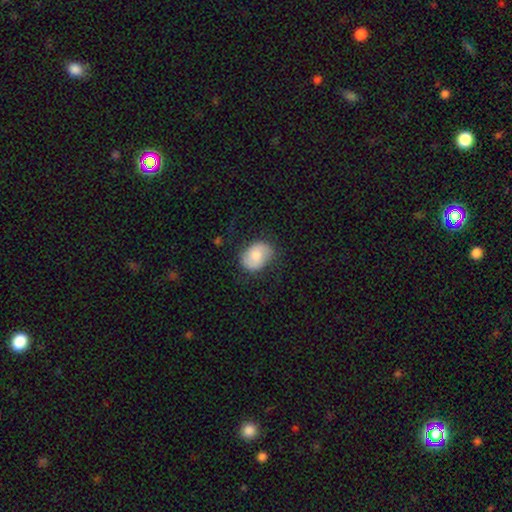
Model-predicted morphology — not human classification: This is likely a smooth galaxy (65%). How rounded: likely in between (66%). Merging: likely none (70%).